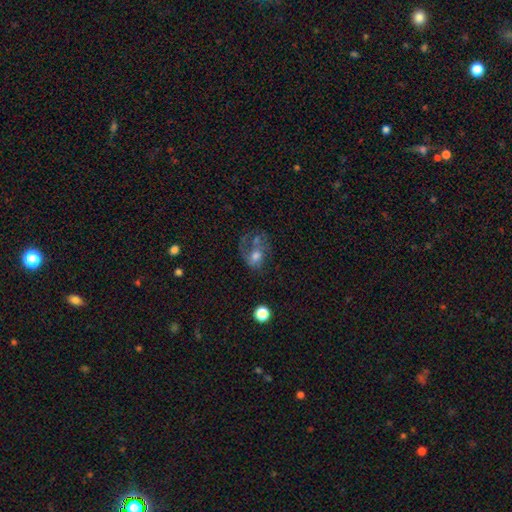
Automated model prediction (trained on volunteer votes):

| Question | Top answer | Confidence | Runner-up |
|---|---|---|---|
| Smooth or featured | featured or disk | 49% | smooth (36%) |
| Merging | major disturbance | 40% | none (31%) |